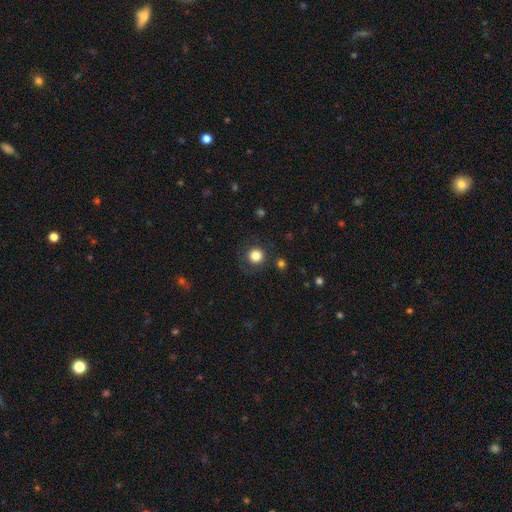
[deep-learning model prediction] A smooth galaxy with no disk features (83%) that is round (94%).

Vote fractions:
- Smooth or featured? smooth: 83% / star or artifact: 11% / featured or disk: 6%
- How rounded? round: 94% / in between: 5% / cigar-shaped: 1%
- Merging? none: 84% / minor disturbance: 9% / major disturbance: 5% / merger: 2%